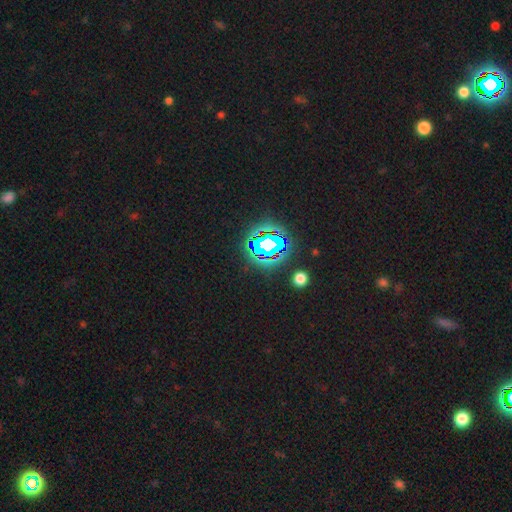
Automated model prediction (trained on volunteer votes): Q: Smooth or featured?
A: star or artifact (83%); runner-up: smooth (11%)